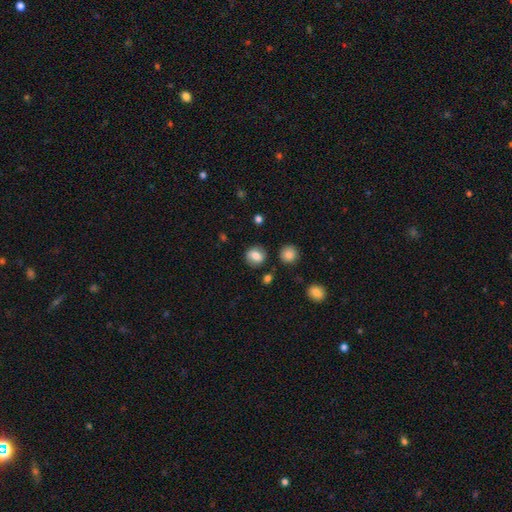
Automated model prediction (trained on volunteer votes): Smooth or featured?
  - smooth: 76% *
  - featured or disk: 15%
  - star or artifact: 10%
How rounded?
  - round: 71% *
  - in between: 28%
  - cigar-shaped: 1%
Merging?
  - none: 83% *
  - minor disturbance: 10%
  - major disturbance: 3%
  - merger: 3%